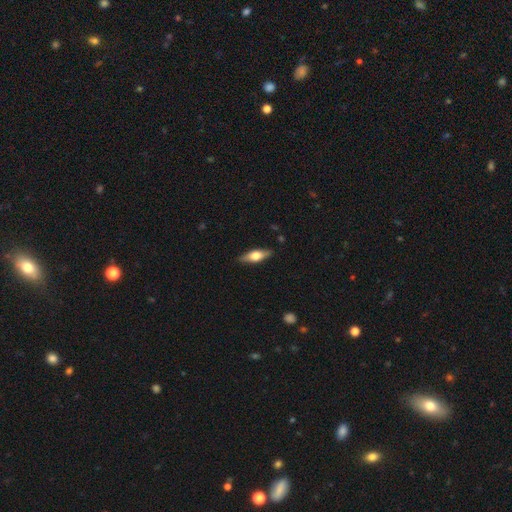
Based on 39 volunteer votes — Smooth or featured: smooth — 49% (featured or disk — 44%)
How rounded: in between — 63% (cigar-shaped — 37%)
Merging: none — 86% (minor disturbance — 14%)